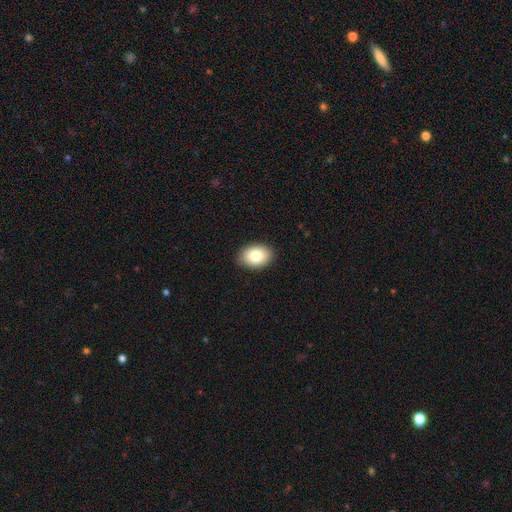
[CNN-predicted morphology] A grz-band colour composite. It shows a smooth galaxy with no disk features (82%) that is in between round and cigar-shaped (82%). Merging: none (88%).